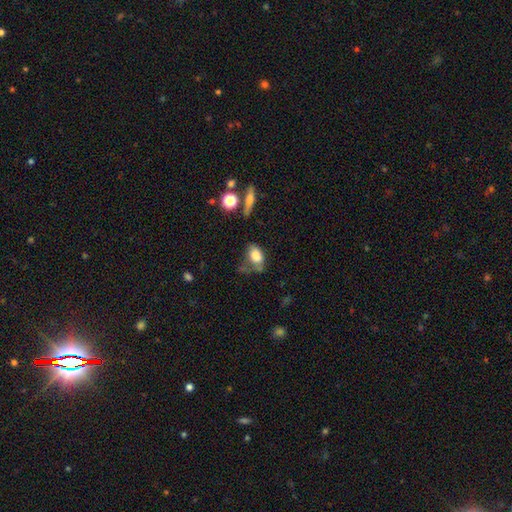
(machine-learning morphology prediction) This appears to be a smooth galaxy with no disk features (77%) that is in between round and cigar-shaped (83%). Merging: none (35%).